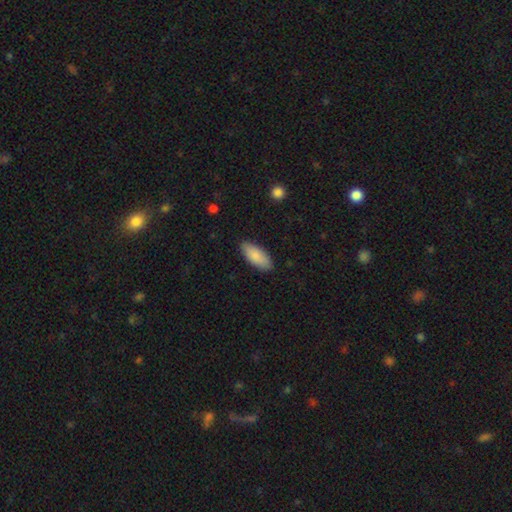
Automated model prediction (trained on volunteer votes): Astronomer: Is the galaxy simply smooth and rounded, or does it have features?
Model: smooth — 86%.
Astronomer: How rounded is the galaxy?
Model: in between — 83%.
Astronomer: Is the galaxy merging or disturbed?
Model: none — 86%.